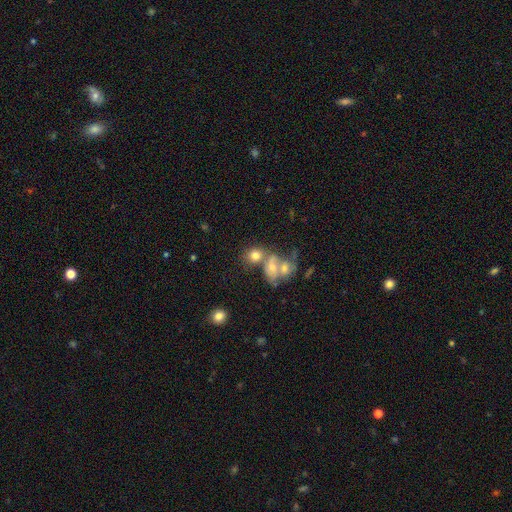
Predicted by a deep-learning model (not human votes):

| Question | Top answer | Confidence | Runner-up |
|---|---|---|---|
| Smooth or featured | smooth | 73% | featured or disk (15%) |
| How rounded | round | 63% | in between (35%) |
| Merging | merger | 46% | none (36%) |